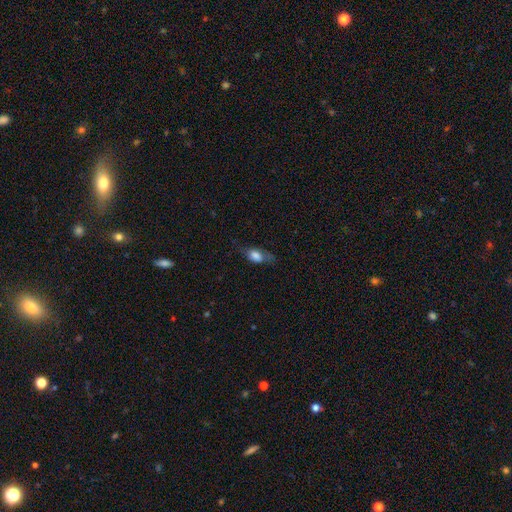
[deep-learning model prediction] smooth-or-featured: smooth: 67% | featured or disk: 24% | star or artifact: 9%
  how-rounded: in between: 79% | cigar-shaped: 11% | round: 9%
  merging: none: 54% | minor disturbance: 27% | major disturbance: 17% | merger: 2%